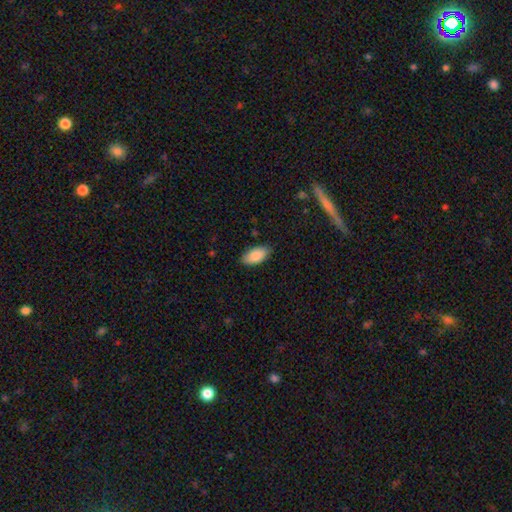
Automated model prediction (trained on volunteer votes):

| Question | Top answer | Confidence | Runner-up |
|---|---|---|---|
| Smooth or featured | smooth | 86% | featured or disk (7%) |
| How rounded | in between | 93% | cigar-shaped (4%) |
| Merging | none | 86% | minor disturbance (11%) |